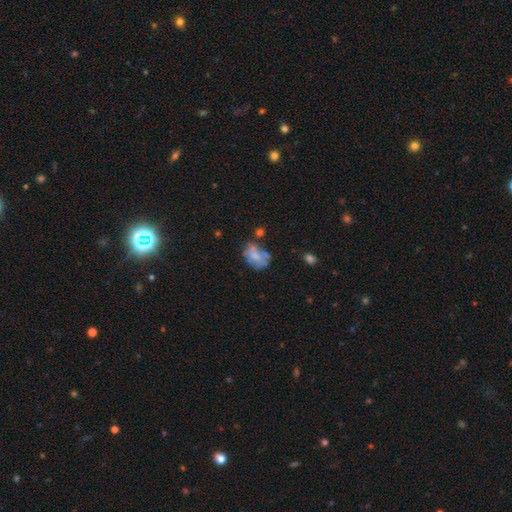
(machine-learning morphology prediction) Smooth or featured? Predicted: smooth (p=0.54). How rounded? Predicted: in between (p=0.76). Merging? Predicted: none (p=0.36).